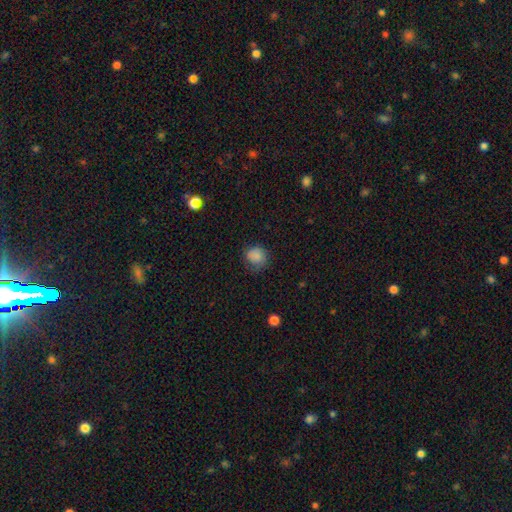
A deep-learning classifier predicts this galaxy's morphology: Smooth or featured?
  - smooth: 84% *
  - star or artifact: 10%
  - featured or disk: 6%
How rounded?
  - round: 81% *
  - in between: 18%
  - cigar-shaped: 1%
Merging?
  - none: 71% *
  - minor disturbance: 21%
  - major disturbance: 7%
  - merger: 1%